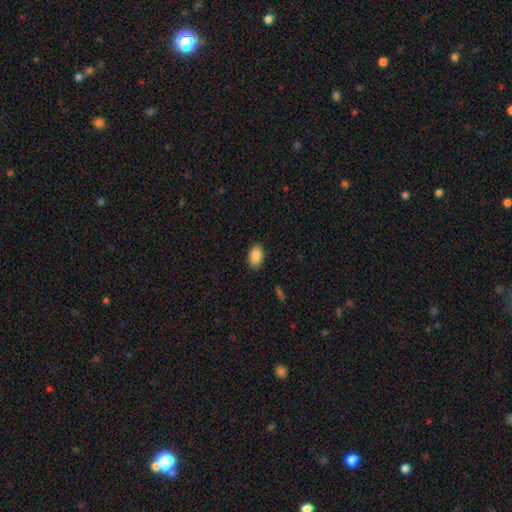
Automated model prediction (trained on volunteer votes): Smooth or featured? smooth (89%)
How rounded? in between (92%)
Merging? none (87%)